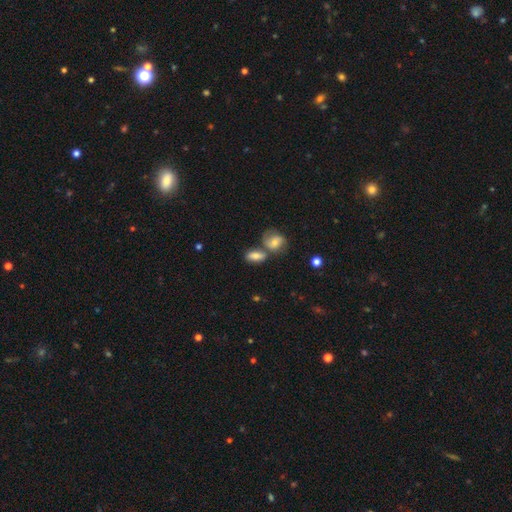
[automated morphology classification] Q: Smooth or featured?
A: smooth (72%); runner-up: featured or disk (20%)
Q: How rounded?
A: in between (83%); runner-up: round (9%)
Q: Merging?
A: none (45%); runner-up: merger (35%)